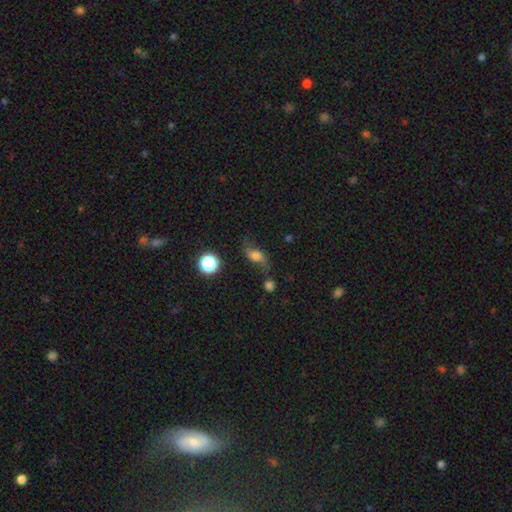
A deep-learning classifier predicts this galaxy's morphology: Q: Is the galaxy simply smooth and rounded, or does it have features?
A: featured or disk — 43%.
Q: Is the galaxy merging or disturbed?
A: none — 56%.